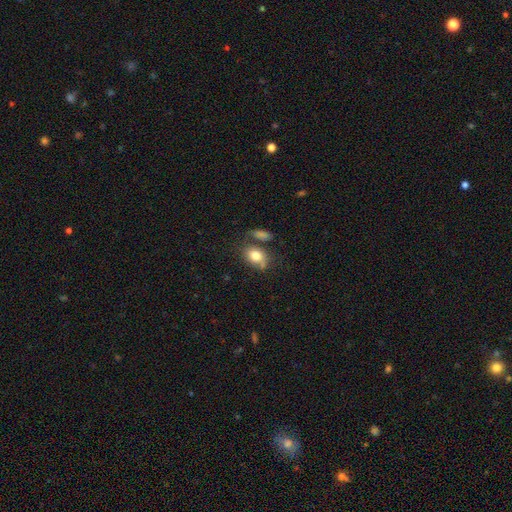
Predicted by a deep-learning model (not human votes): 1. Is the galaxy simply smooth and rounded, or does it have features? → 78% smooth, 13% featured or disk, 9% star or artifact.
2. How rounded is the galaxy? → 68% in between, 31% round, 2% cigar-shaped.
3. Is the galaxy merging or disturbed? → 50% none, 21% minor disturbance, 19% merger, 9% major disturbance.